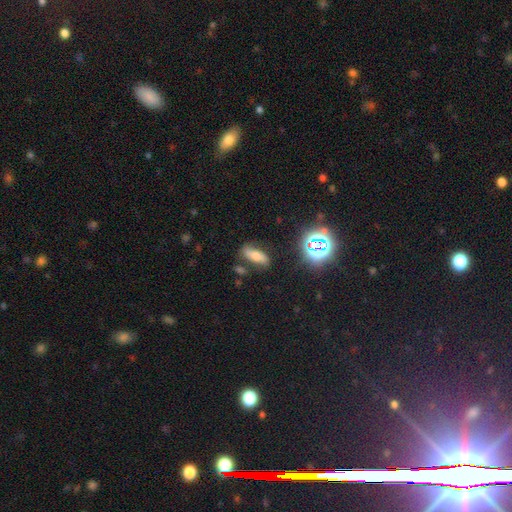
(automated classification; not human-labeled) Overall: smooth (54%; featured or disk 26%). How rounded: in between (60%; cigar-shaped 32%). Merging: none (74%).